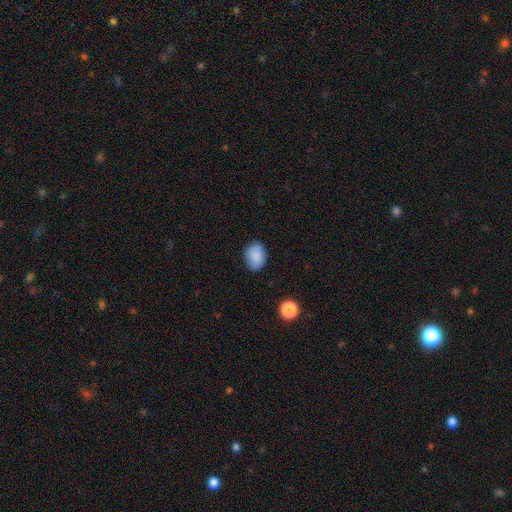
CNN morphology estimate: smooth 87%, star or artifact 8%, featured or disk 5%. Down the decision tree: how rounded — in between (75%); merging — none (82%).